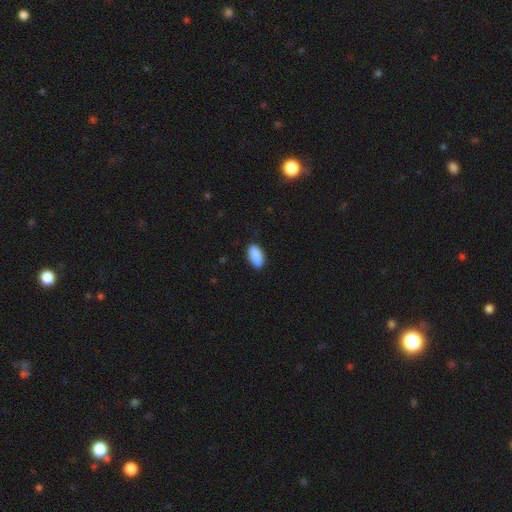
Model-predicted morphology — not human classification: A smooth galaxy with no disk features (90%) that is in between round and cigar-shaped (90%). Merging: none (86%).